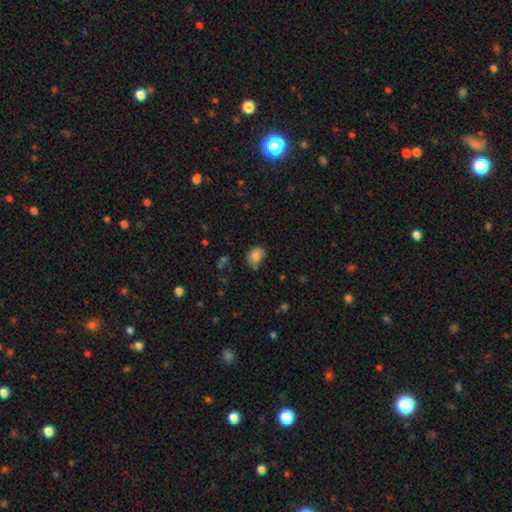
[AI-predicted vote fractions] Smooth or featured? smooth (81%)
How rounded? in between (62%)
Merging? none (59%)